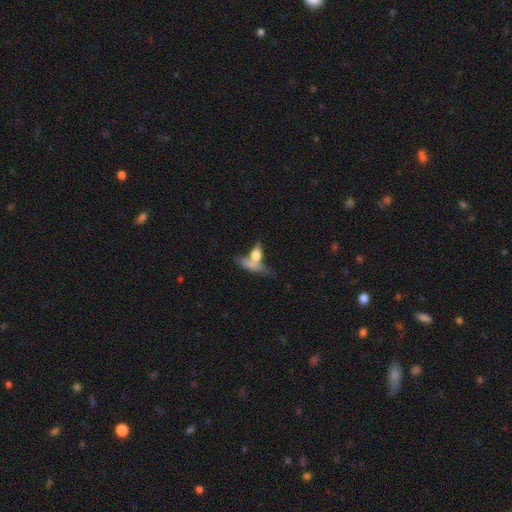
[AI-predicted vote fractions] Overall: smooth (63%; featured or disk 27%). How rounded: in between (60%; cigar-shaped 29%). Merging: merger (43%; none 27%).